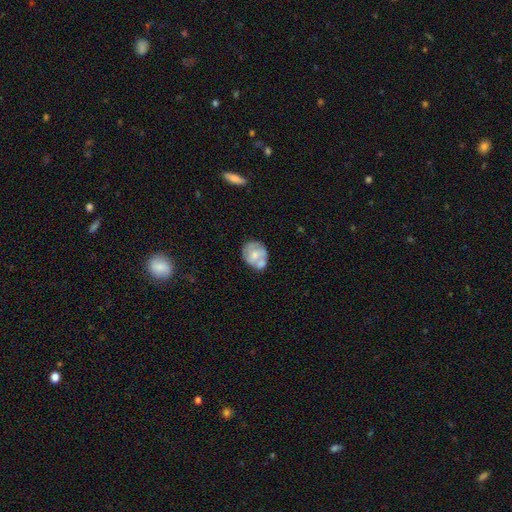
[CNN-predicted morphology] Q: Smooth or featured?
A: smooth (47%); runner-up: featured or disk (46%)
Q: Merging?
A: none (42%); runner-up: merger (28%)